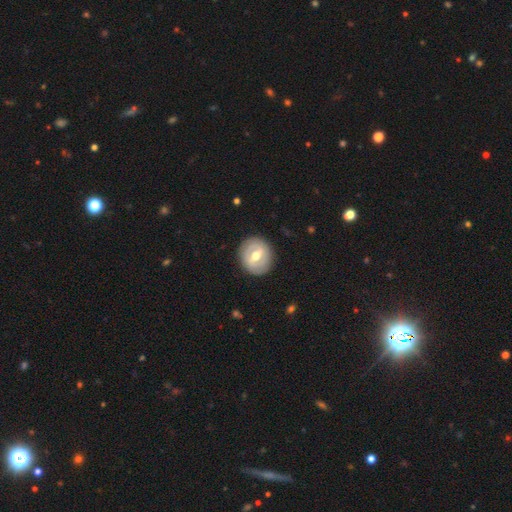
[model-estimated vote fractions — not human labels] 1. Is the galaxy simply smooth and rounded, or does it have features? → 60% featured or disk, 34% smooth, 6% star or artifact.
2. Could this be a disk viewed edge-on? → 95% no, 5% yes.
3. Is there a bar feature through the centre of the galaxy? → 48% weak, 34% strong, 18% no.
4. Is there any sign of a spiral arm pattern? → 57% no, 43% yes.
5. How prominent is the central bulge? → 78% moderate, 11% small, 9% large, 1% dominant, 1% none.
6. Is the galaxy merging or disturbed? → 86% none, 9% minor disturbance, 3% major disturbance, 1% merger.